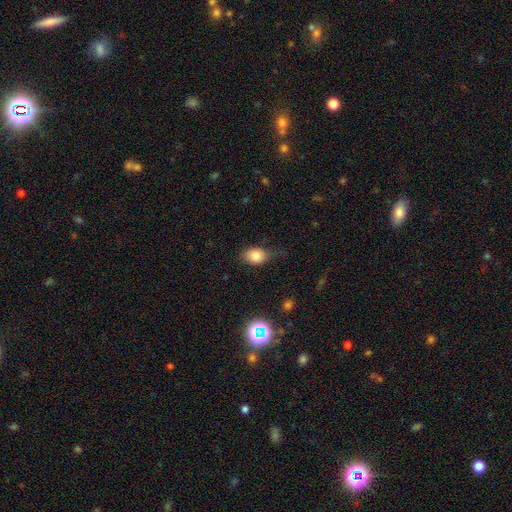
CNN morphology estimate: smooth 81%, star or artifact 10%, featured or disk 9%. Down the decision tree: how rounded — in between (71%); merging — none (62%).